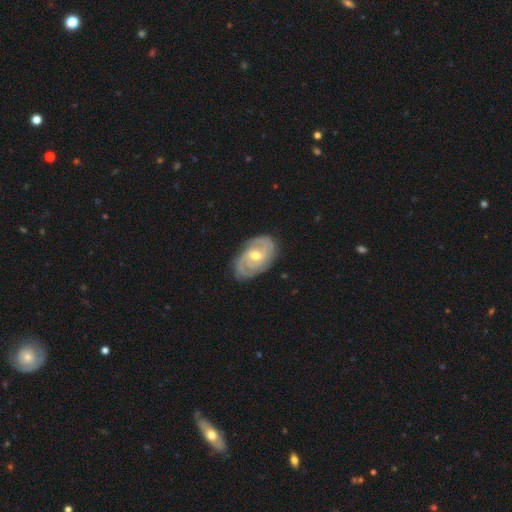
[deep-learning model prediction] Smooth or featured?
  - featured or disk: 88% *
  - smooth: 8%
  - star or artifact: 4%
Edge-on disk?
  - no: 97% *
  - yes: 3%
Bar?
  - no: 47% *
  - weak: 42%
  - strong: 11%
Spiral arms?
  - yes: 97% *
  - no: 3%
Spiral winding?
  - tight: 63% *
  - medium: 31%
  - loose: 6%
Spiral arm count?
  - 2: 42% *
  - 3: 28%
  - can't tell: 16%
  - 4: 6%
  - 1: 4%
  - more than 4: 4%
Bulge size?
  - moderate: 67% *
  - small: 29%
  - large: 2%
  - none: 1%
  - dominant: 1%
Merging?
  - none: 80% *
  - minor disturbance: 15%
  - major disturbance: 4%
  - merger: 1%